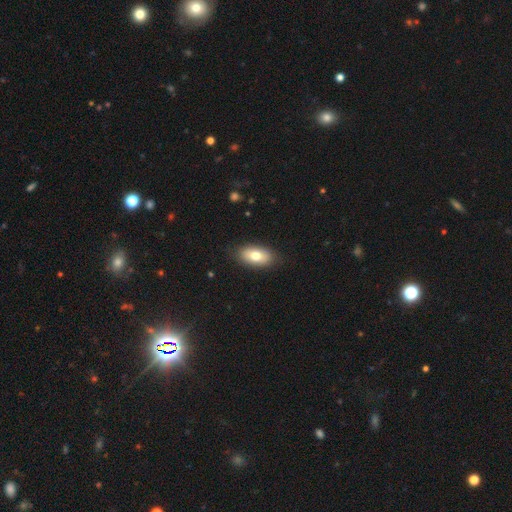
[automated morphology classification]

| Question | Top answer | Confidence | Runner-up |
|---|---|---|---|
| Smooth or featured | smooth | 76% | featured or disk (17%) |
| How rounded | in between | 91% | round (5%) |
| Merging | none | 86% | minor disturbance (11%) |